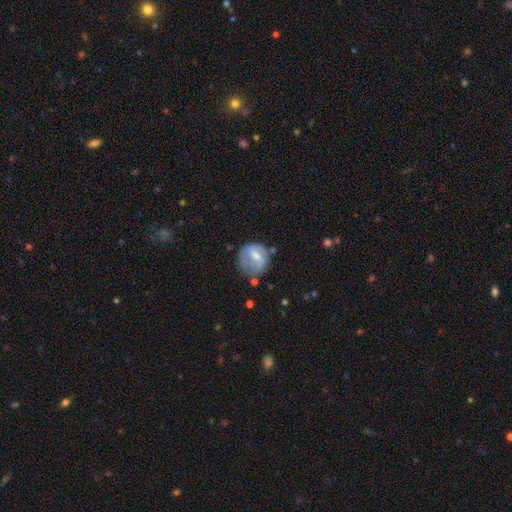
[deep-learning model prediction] smooth-or-featured: smooth: 46% | featured or disk: 45% | star or artifact: 9%
  merging: none: 53% | minor disturbance: 28% | major disturbance: 14% | merger: 5%